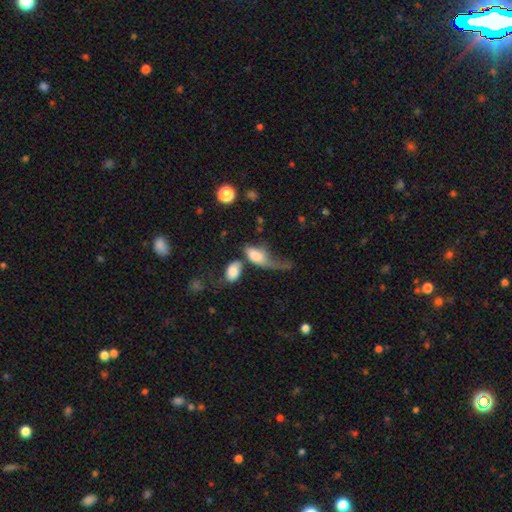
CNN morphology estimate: Overall: smooth (66%). How rounded: in between (85%). Merging: major disturbance (43%; merger 31%).